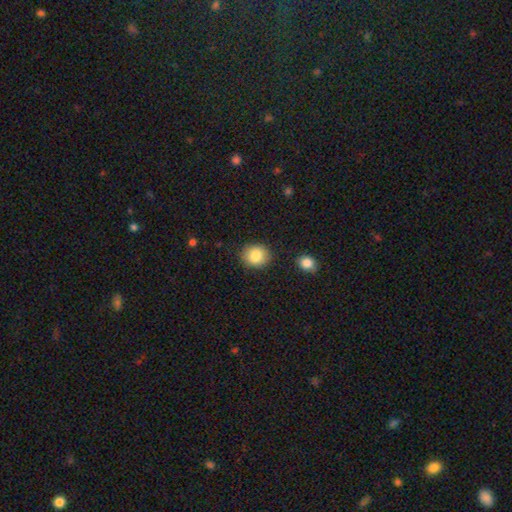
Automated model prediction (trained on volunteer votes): This is clearly a smooth galaxy (85%). How rounded: likely round (69%). Merging: clearly none (85%).